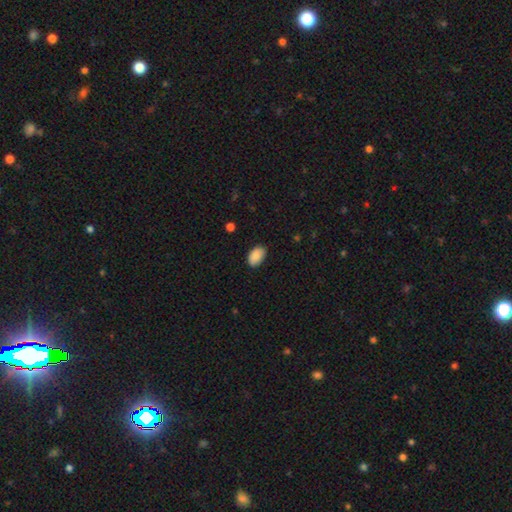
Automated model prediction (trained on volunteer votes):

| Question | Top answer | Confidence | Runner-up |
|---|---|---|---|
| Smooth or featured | smooth | 90% | star or artifact (7%) |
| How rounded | in between | 91% | round (8%) |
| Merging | none | 84% | minor disturbance (13%) |